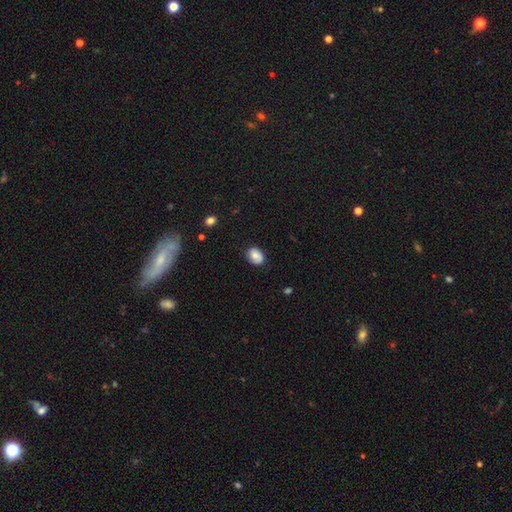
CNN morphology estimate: smooth 77%, featured or disk 15%, star or artifact 8%. Down the decision tree: how rounded — in between (70%); merging — none (78%).